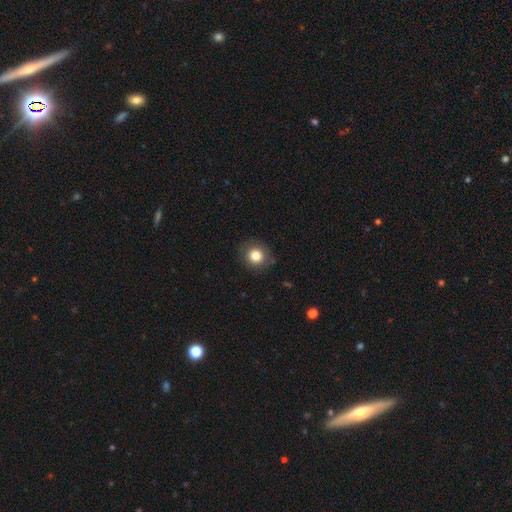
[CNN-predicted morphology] Q: Smooth or featured?
A: smooth (82%); runner-up: star or artifact (10%)
Q: How rounded?
A: round (88%); runner-up: in between (11%)
Q: Merging?
A: none (86%); runner-up: minor disturbance (10%)